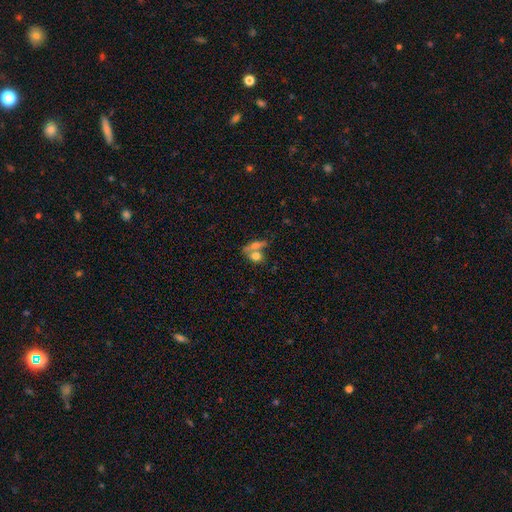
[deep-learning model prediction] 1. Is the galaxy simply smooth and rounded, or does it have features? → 69% smooth, 21% featured or disk, 10% star or artifact.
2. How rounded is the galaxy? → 52% in between, 39% round, 9% cigar-shaped.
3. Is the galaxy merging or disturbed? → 53% merger, 32% none, 9% minor disturbance, 6% major disturbance.